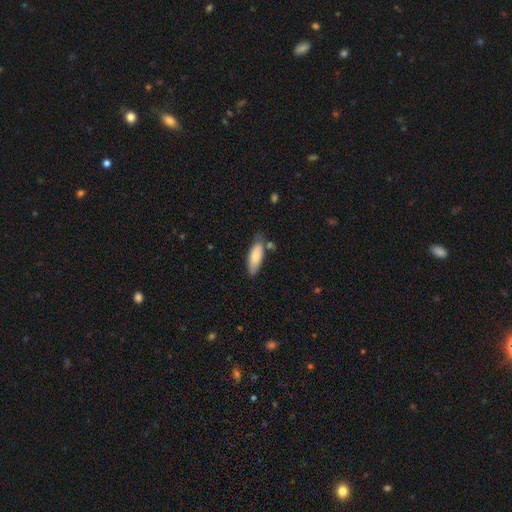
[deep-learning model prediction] This appears to be a smooth galaxy with no disk features (79%) that is in between round and cigar-shaped (69%). Merging: none (69%).